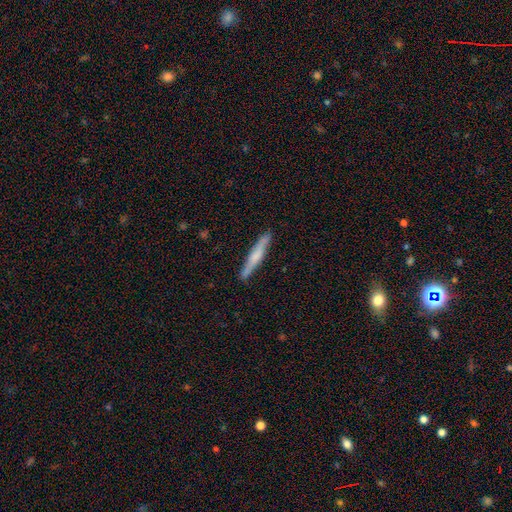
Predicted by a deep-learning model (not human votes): The model was most divided on "smooth or featured": smooth: 51%, featured or disk: 44%, star or artifact: 6%. More confident: how rounded — cigar-shaped (95%); merging — none (90%).